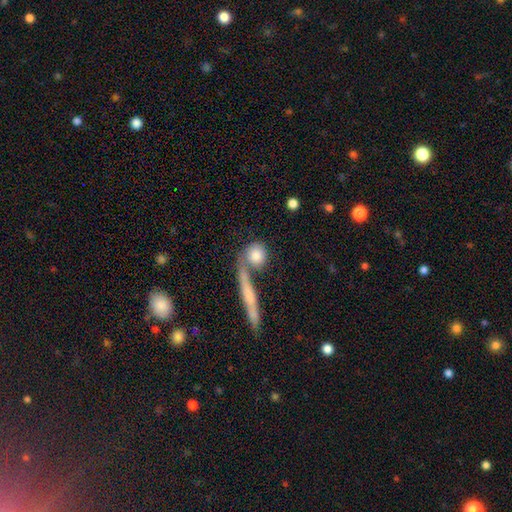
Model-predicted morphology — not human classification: smooth-or-featured: smooth: 77% | featured or disk: 15% | star or artifact: 8%
  how-rounded: round: 74% | in between: 16% | cigar-shaped: 10%
  merging: none: 51% | merger: 29% | minor disturbance: 12% | major disturbance: 8%